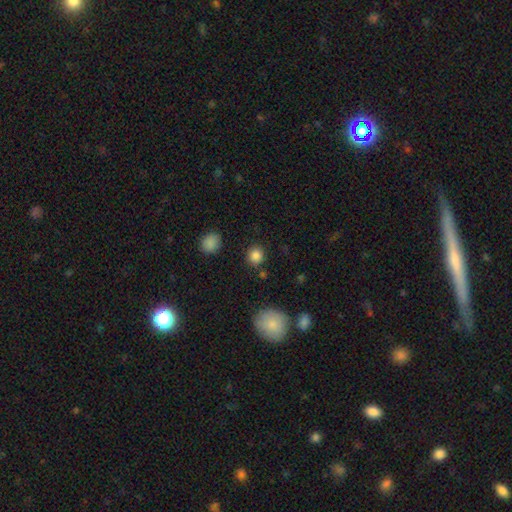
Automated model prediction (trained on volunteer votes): smooth-or-featured: smooth: 84% | star or artifact: 11% | featured or disk: 5%
  how-rounded: round: 90% | in between: 9% | cigar-shaped: 1%
  merging: none: 87% | minor disturbance: 7% | merger: 3% | major disturbance: 3%